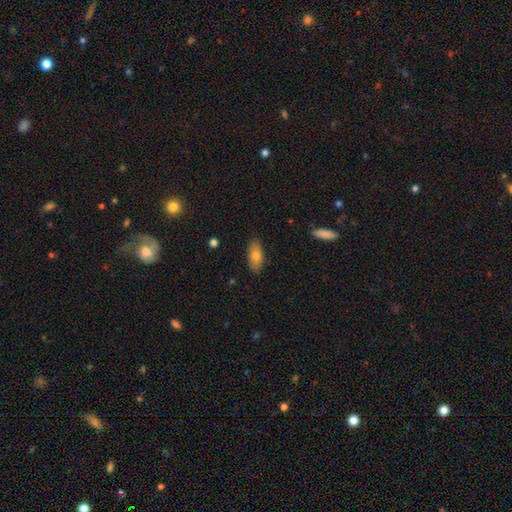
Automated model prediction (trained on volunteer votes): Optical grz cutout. It shows a smooth galaxy with no disk features (75%) that is in between round and cigar-shaped (88%). Merging: none (86%).